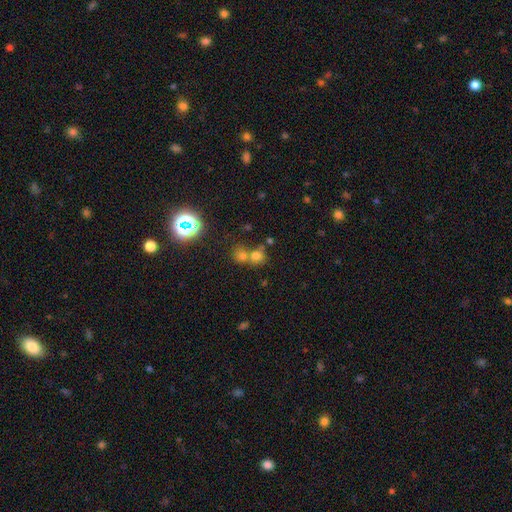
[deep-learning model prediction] smooth 66%, star or artifact 23%, featured or disk 11%. Down the decision tree: how rounded — round (76%); merging — merger (48%).